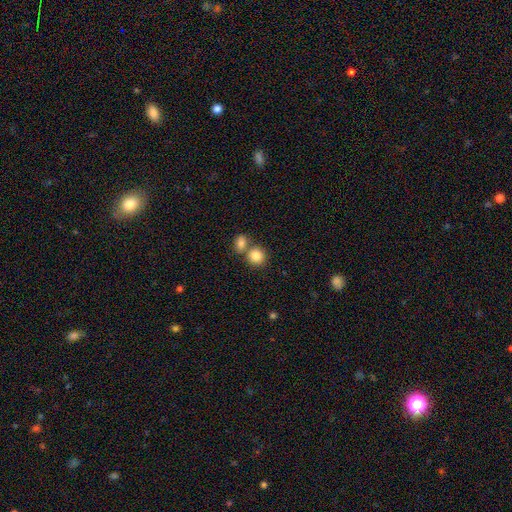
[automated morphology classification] Smooth or featured?
  - smooth: 84% *
  - star or artifact: 9%
  - featured or disk: 7%
How rounded?
  - round: 84% *
  - in between: 15%
  - cigar-shaped: 1%
Merging?
  - none: 50% *
  - merger: 40%
  - minor disturbance: 7%
  - major disturbance: 3%